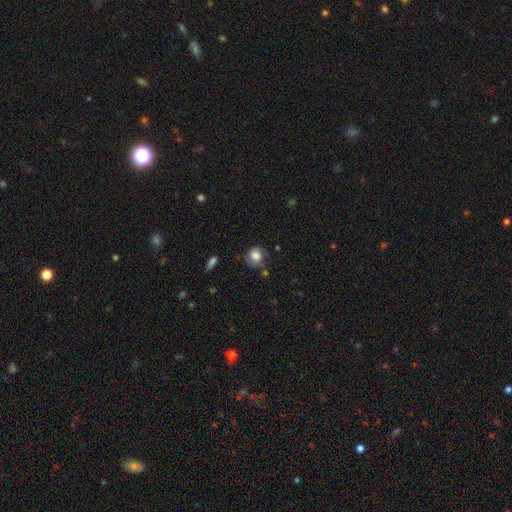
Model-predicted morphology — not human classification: This is likely a smooth galaxy (74%). How rounded: likely round (73%). Merging: likely none (63%).